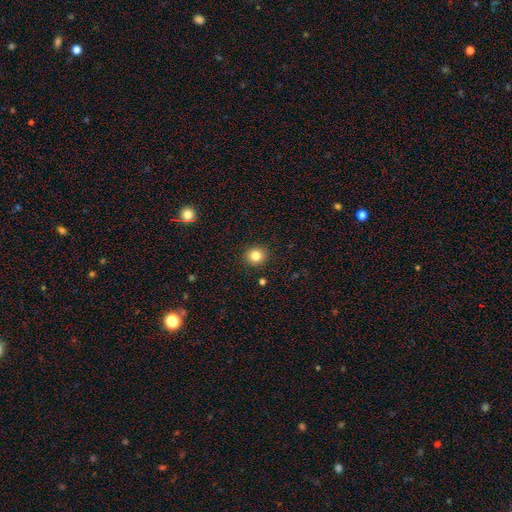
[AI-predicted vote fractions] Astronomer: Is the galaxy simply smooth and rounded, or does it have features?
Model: smooth — 82%.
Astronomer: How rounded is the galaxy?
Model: round — 86%.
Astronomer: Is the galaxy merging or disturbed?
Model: none — 91%.